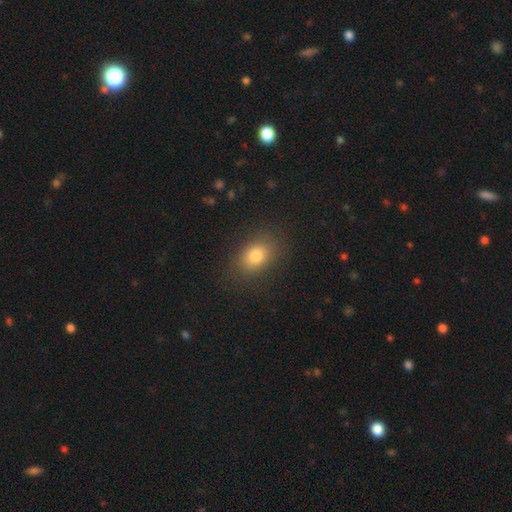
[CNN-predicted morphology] Smooth or featured?
  - smooth: 79% *
  - star or artifact: 12%
  - featured or disk: 9%
How rounded?
  - in between: 68% *
  - round: 31%
  - cigar-shaped: 1%
Merging?
  - none: 85% *
  - minor disturbance: 10%
  - major disturbance: 4%
  - merger: 1%